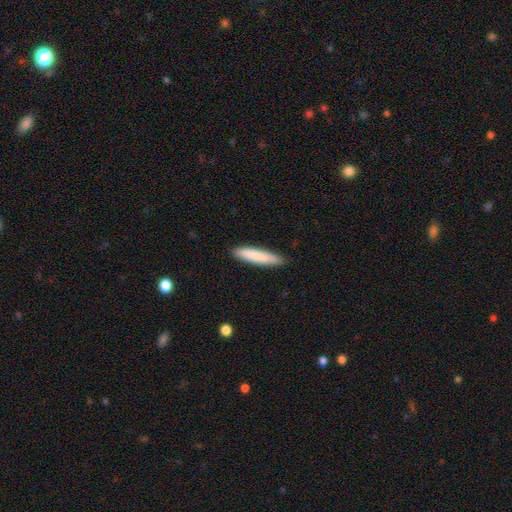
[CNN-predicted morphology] A smooth galaxy with no disk features (83%) that is cigar-shaped (86%).

Vote fractions:
- Smooth or featured? smooth: 83% / featured or disk: 11% / star or artifact: 6%
- How rounded? cigar-shaped: 86% / in between: 12% / round: 1%
- Merging? none: 87% / minor disturbance: 10% / major disturbance: 2% / merger: 1%